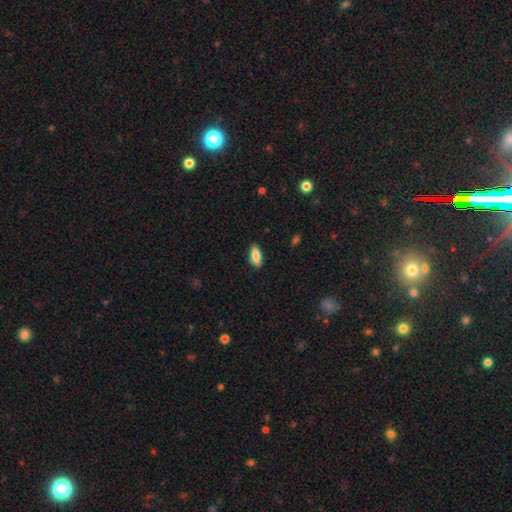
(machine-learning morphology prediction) A smooth galaxy with no disk features (84%) that is in between round and cigar-shaped (78%).

Vote fractions:
- Smooth or featured? smooth: 84% / featured or disk: 10% / star or artifact: 6%
- How rounded? in between: 78% / cigar-shaped: 19% / round: 2%
- Merging? none: 88% / minor disturbance: 9% / major disturbance: 2% / merger: 1%